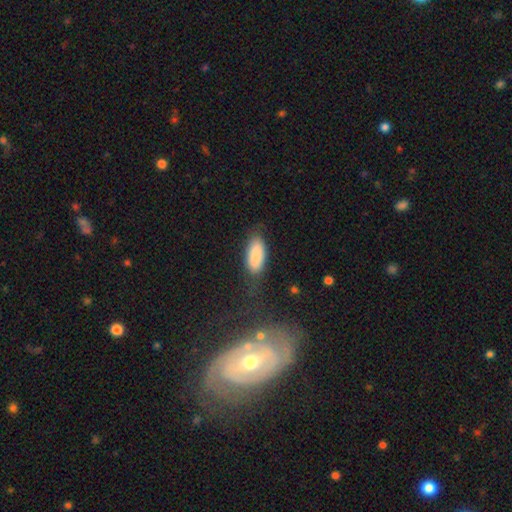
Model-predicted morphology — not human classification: A smooth galaxy with no disk features (87%) that is in between round and cigar-shaped (86%).

Vote fractions:
- Smooth or featured? smooth: 87% / star or artifact: 6% / featured or disk: 6%
- How rounded? in between: 86% / cigar-shaped: 12% / round: 2%
- Merging? none: 71% / minor disturbance: 20% / major disturbance: 7% / merger: 3%